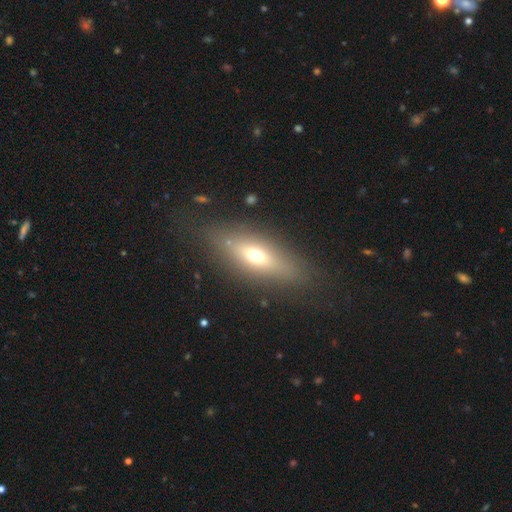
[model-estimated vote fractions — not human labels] A smooth galaxy with no disk features (56%) that is in between round and cigar-shaped (59%). Merging: none (78%).